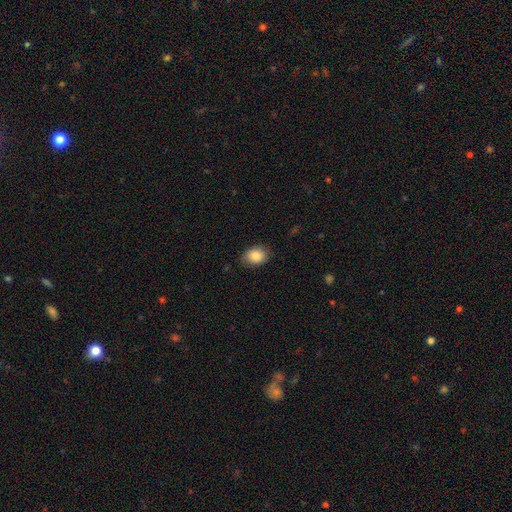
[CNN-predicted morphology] The model was most divided on "how rounded": in between: 68%, round: 31%, cigar-shaped: 1%. More confident: smooth or featured — smooth (86%); merging — none (82%).